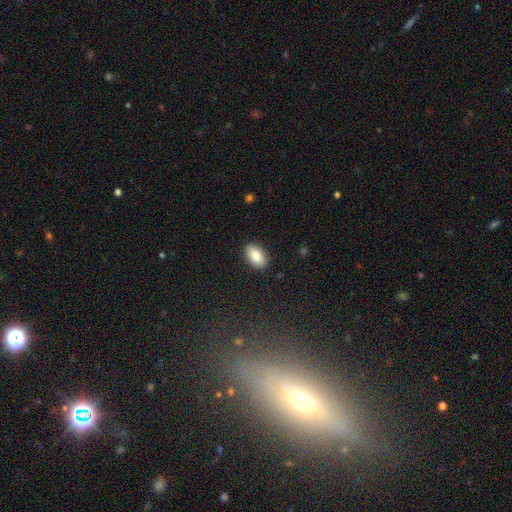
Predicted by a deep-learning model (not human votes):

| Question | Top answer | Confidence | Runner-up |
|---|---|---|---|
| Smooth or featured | smooth | 84% | featured or disk (9%) |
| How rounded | in between | 93% | round (6%) |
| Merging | none | 89% | minor disturbance (8%) |